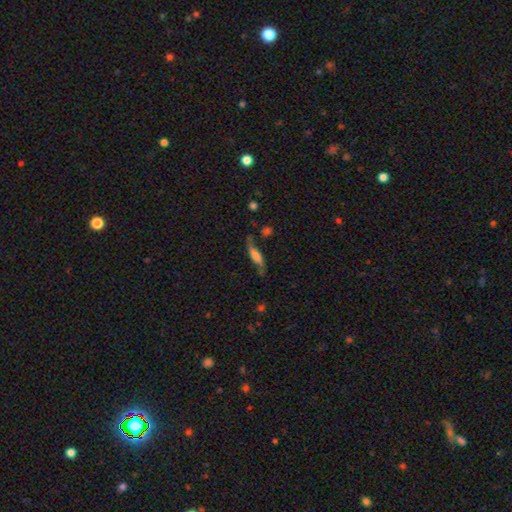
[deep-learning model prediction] Smooth or featured: featured or disk — 59% (smooth — 32%)
Edge-on disk: no — 58% (yes — 42%)
Merging: none — 61% (minor disturbance — 22%)